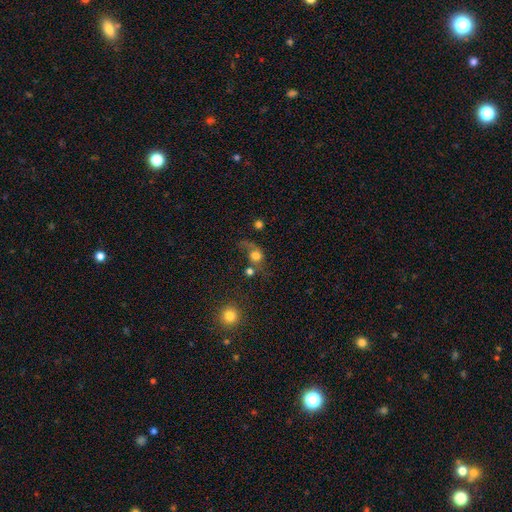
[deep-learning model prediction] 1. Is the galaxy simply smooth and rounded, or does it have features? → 66% smooth, 19% featured or disk, 15% star or artifact.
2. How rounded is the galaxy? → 79% round, 19% in between, 2% cigar-shaped.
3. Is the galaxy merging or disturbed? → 33% none, 27% major disturbance, 24% merger, 16% minor disturbance.